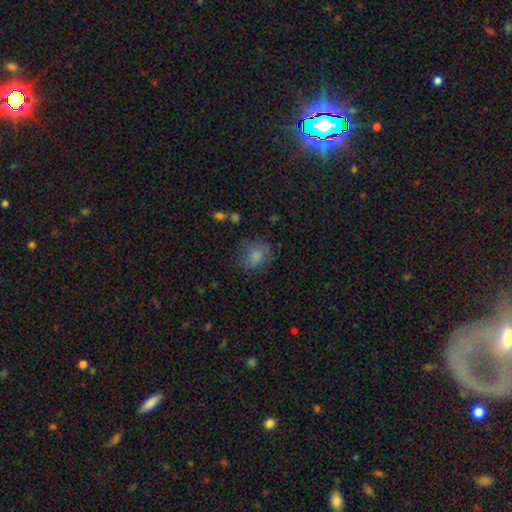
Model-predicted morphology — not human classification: A smooth galaxy with no disk features (77%) that is round (62%).

Vote fractions:
- Smooth or featured? smooth: 77% / featured or disk: 13% / star or artifact: 11%
- How rounded? round: 62% / in between: 37% / cigar-shaped: 1%
- Merging? none: 63% / minor disturbance: 22% / major disturbance: 13% / merger: 2%